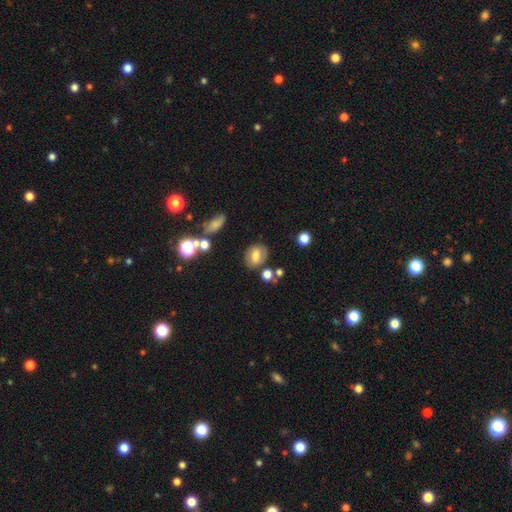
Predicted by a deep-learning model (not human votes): Q: Smooth or featured?
A: smooth (68%); runner-up: featured or disk (22%)
Q: How rounded?
A: in between (63%); runner-up: round (35%)
Q: Merging?
A: none (73%); runner-up: minor disturbance (14%)